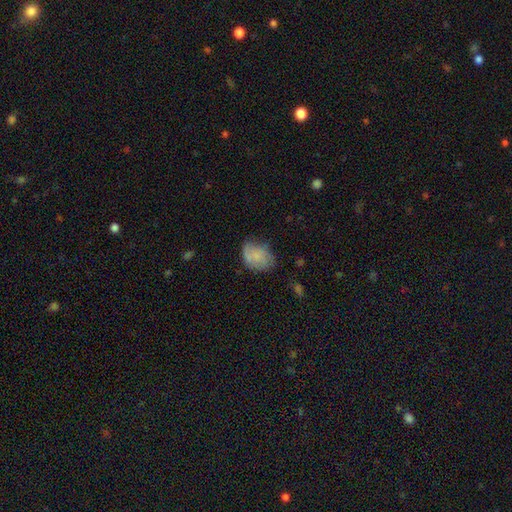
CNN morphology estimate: Q: Smooth or featured?
A: smooth (73%); runner-up: featured or disk (18%)
Q: How rounded?
A: in between (67%); runner-up: round (32%)
Q: Merging?
A: none (51%); runner-up: minor disturbance (35%)